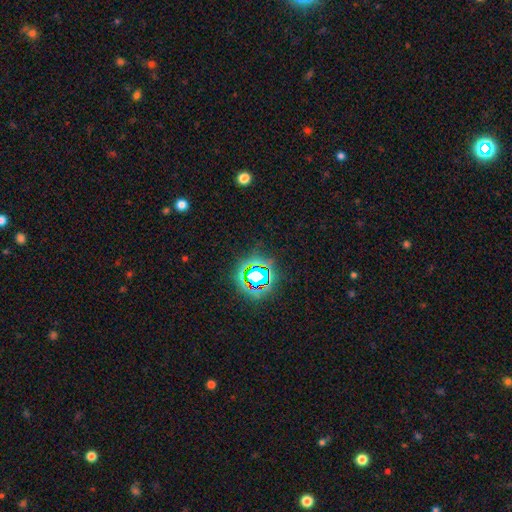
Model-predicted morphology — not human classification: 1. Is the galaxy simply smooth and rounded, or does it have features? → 81% star or artifact, 12% smooth, 7% featured or disk.